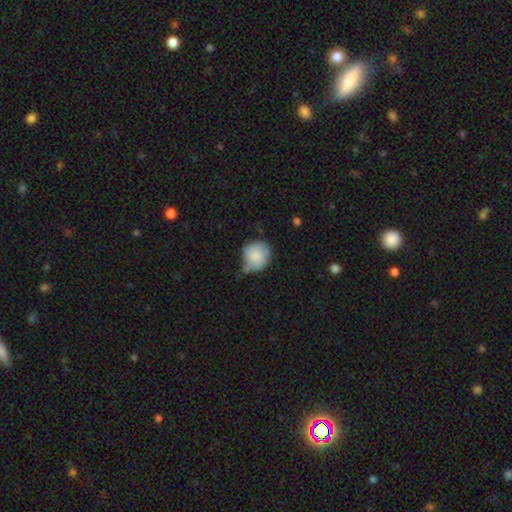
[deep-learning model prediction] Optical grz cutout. It shows a smooth galaxy with no disk features (81%) that is round (79%). Merging: minor disturbance (43%).